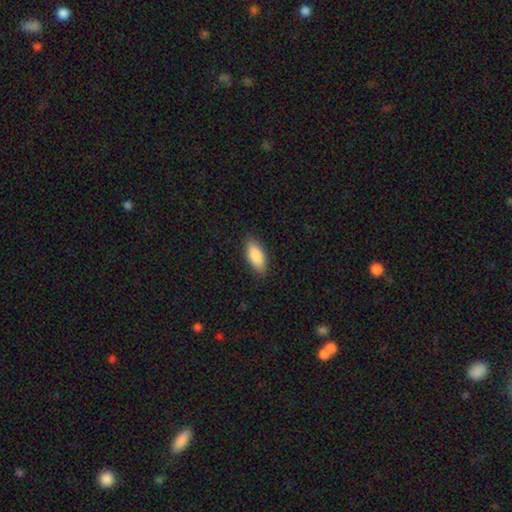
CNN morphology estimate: A smooth galaxy with no disk features (86%) that is in between round and cigar-shaped (81%).

Vote fractions:
- Smooth or featured? smooth: 86% / featured or disk: 9% / star or artifact: 6%
- How rounded? in between: 81% / cigar-shaped: 17% / round: 2%
- Merging? none: 87% / minor disturbance: 10% / major disturbance: 2% / merger: 1%